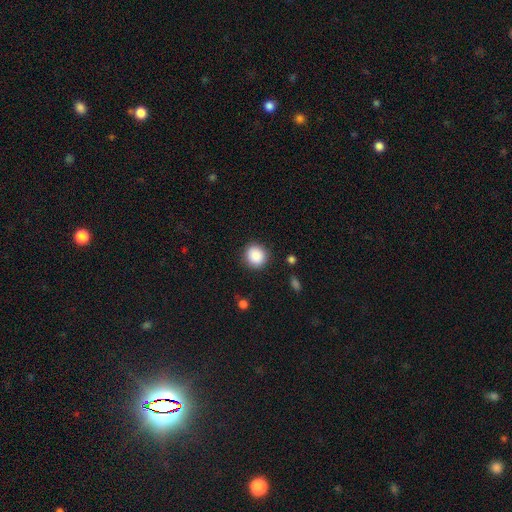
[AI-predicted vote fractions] Smooth or featured? Predicted: smooth (p=0.89). How rounded? Predicted: round (p=0.89). Merging? Predicted: none (p=0.89).